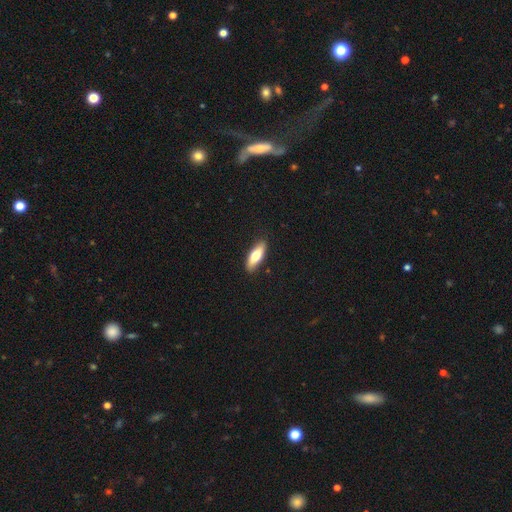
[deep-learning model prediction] Overall: smooth (71%). How rounded: in between (58%; cigar-shaped 39%). Merging: none (87%).